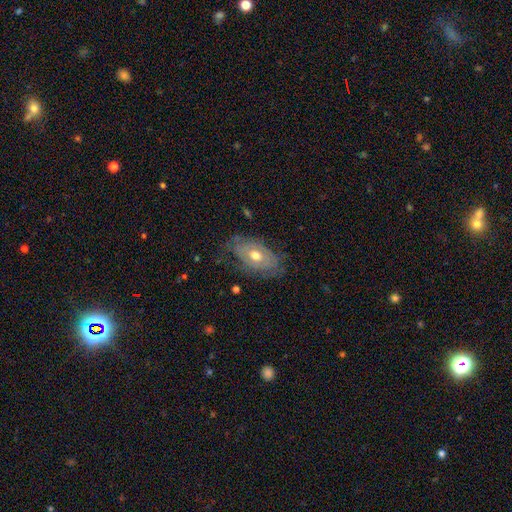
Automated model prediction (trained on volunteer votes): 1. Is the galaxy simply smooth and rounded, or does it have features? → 59% featured or disk, 34% smooth, 7% star or artifact.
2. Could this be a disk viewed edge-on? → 90% no, 10% yes.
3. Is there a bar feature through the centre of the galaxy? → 80% no, 17% weak, 4% strong.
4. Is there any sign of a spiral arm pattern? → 53% yes, 47% no.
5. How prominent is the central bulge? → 76% moderate, 16% small, 7% large, 1% none, 1% dominant.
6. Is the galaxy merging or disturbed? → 64% none, 24% minor disturbance, 10% major disturbance, 1% merger.